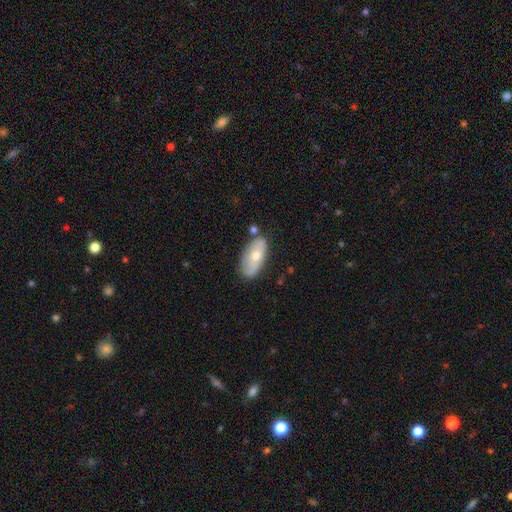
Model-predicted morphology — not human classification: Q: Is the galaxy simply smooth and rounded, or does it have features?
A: smooth — 52%.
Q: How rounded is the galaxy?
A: in between — 89%.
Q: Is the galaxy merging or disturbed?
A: none — 71%.